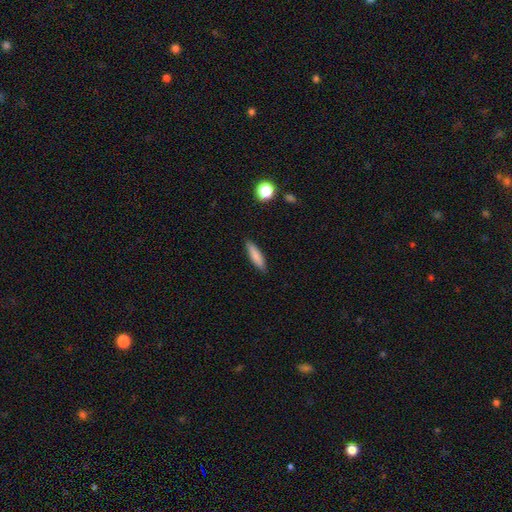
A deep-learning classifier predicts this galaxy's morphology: Q: Smooth or featured?
A: smooth (82%); runner-up: featured or disk (12%)
Q: How rounded?
A: cigar-shaped (70%); runner-up: in between (28%)
Q: Merging?
A: none (87%); runner-up: minor disturbance (9%)